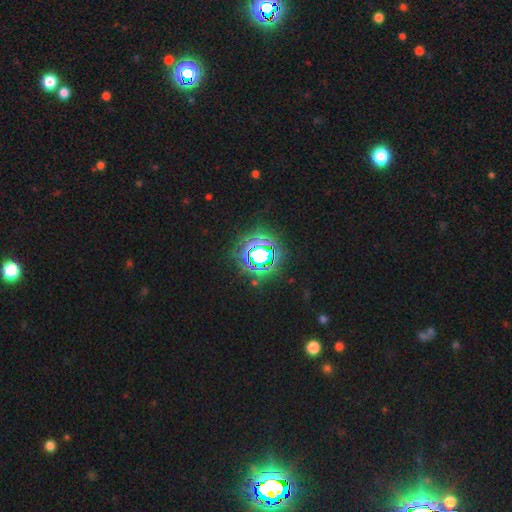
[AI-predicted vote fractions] smooth-or-featured: star or artifact: 62% | smooth: 23% | featured or disk: 16%